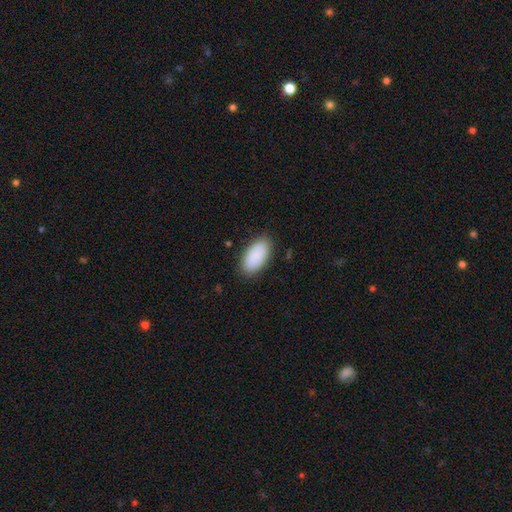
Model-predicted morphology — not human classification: Smooth or featured: smooth — 90% (star or artifact — 6%)
How rounded: in between — 95% (cigar-shaped — 3%)
Merging: none — 86% (minor disturbance — 10%)